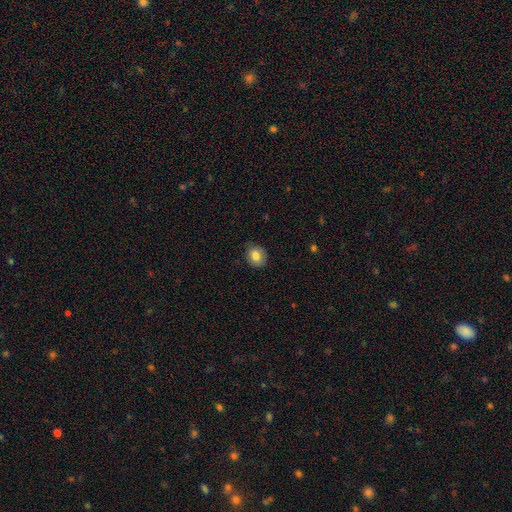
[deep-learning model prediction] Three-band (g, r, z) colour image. It shows a smooth galaxy with no disk features (82%) that is round (66%). Merging: none (79%).